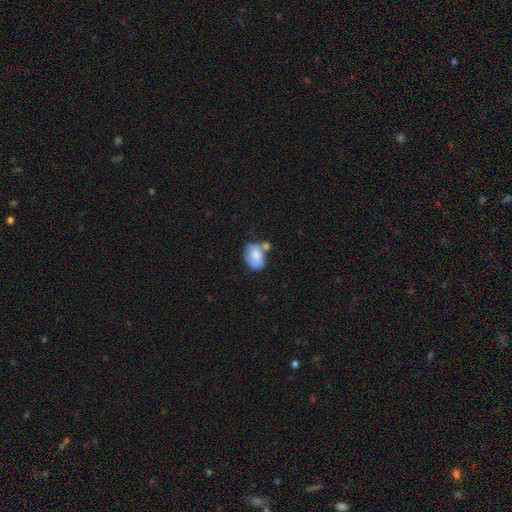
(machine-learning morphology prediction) smooth-or-featured: smooth: 76% | featured or disk: 17% | star or artifact: 7%
  how-rounded: in between: 82% | round: 17% | cigar-shaped: 1%
  merging: merger: 34% | none: 32% | minor disturbance: 23% | major disturbance: 10%